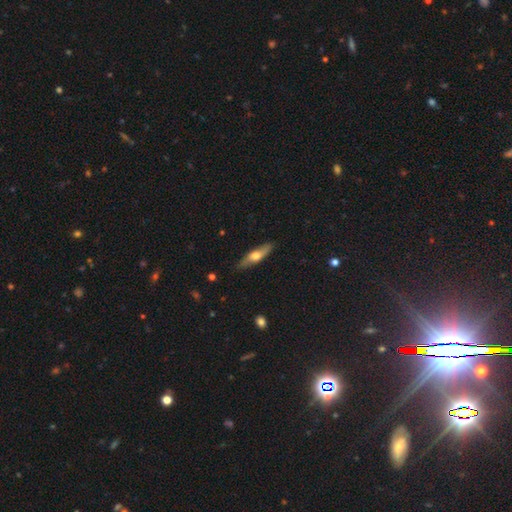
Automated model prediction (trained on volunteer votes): This appears to be a smooth galaxy with no disk features (47%, tied with featured or disk). Merging: none (83%).